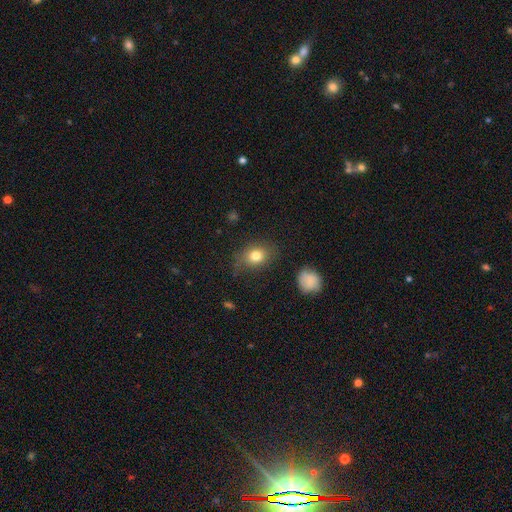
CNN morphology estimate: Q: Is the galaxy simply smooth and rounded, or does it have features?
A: smooth — 79%.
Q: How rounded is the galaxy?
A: in between — 54%.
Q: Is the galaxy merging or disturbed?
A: none — 75%.